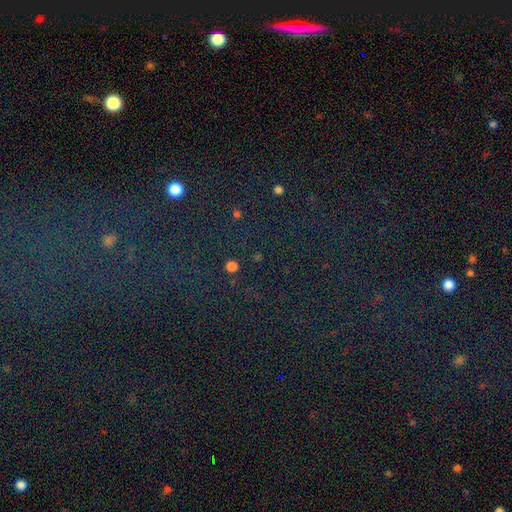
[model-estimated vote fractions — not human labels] smooth-or-featured: star or artifact: 79% | smooth: 11% | featured or disk: 9%